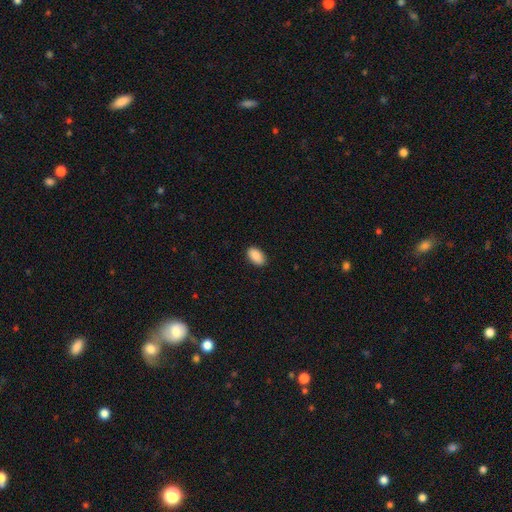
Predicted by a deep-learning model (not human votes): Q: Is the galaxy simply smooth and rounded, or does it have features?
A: smooth — 91%.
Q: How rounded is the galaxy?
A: in between — 94%.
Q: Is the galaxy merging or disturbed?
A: none — 89%.